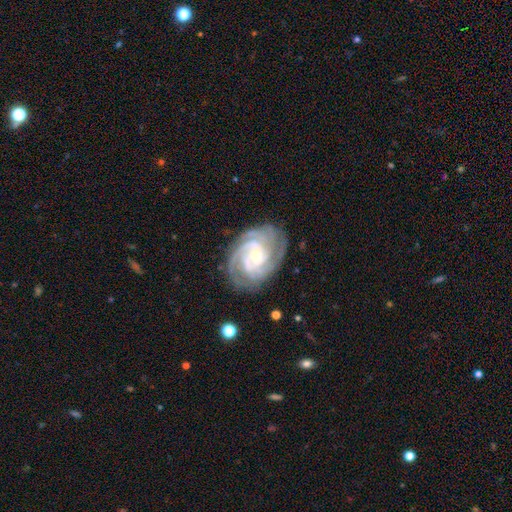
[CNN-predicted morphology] Smooth or featured? featured or disk (91%)
Edge-on disk? no (97%)
Bar? no (61%)
Spiral arms? yes (98%)
Spiral winding? tight (73%)
Spiral arm count? 3 (33%)
Bulge size? small (63%)
Merging? none (79%)